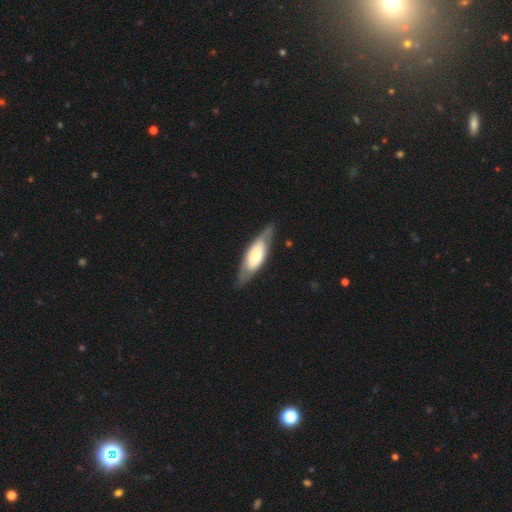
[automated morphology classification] Overall: featured or disk (50%; smooth 46%). Merging: none (77%).